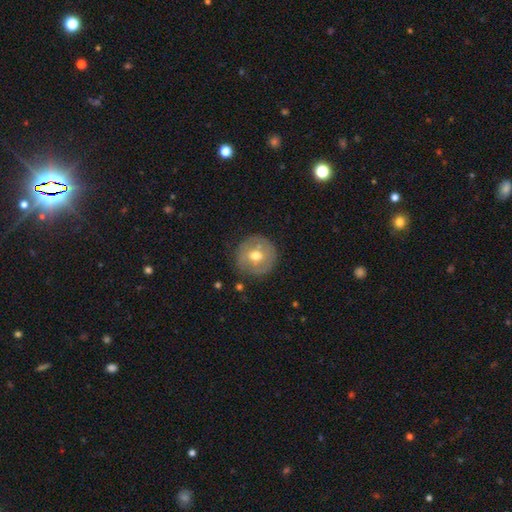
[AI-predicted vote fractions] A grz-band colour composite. It shows a smooth galaxy with no disk features (53%) that is round (95%). Merging: none (80%).